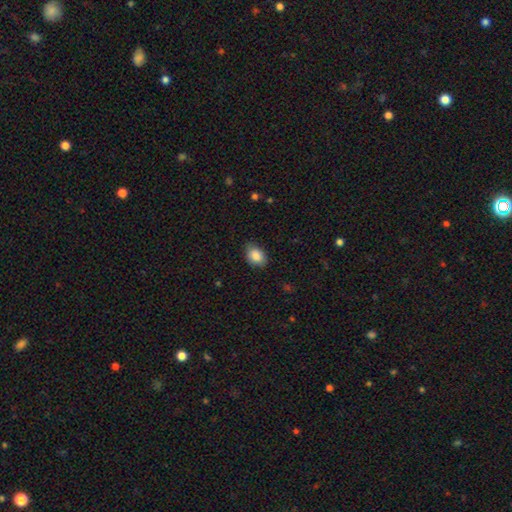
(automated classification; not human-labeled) Smooth or featured?
  - smooth: 87% *
  - star or artifact: 7%
  - featured or disk: 6%
How rounded?
  - in between: 75% *
  - round: 24%
  - cigar-shaped: 1%
Merging?
  - none: 79% *
  - minor disturbance: 17%
  - major disturbance: 3%
  - merger: 1%